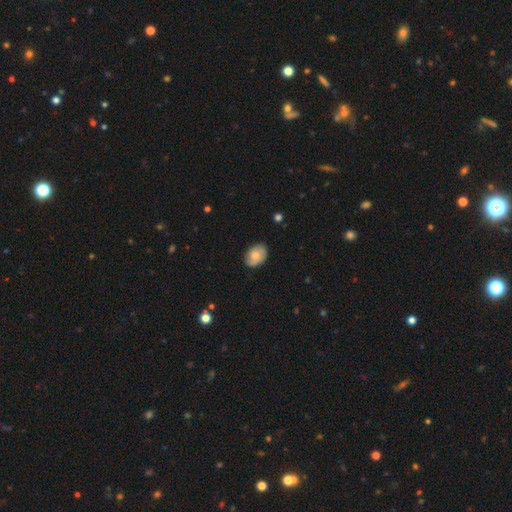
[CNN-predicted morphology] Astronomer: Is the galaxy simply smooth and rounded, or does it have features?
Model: smooth — 63%.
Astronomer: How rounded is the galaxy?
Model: in between — 77%.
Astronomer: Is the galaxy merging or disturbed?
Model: none — 79%.